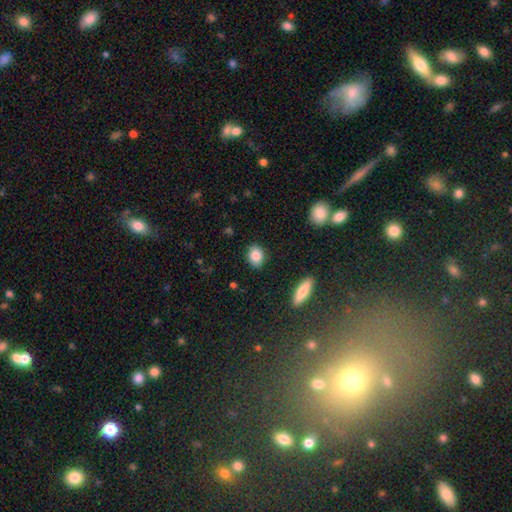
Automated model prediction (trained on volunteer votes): Smooth or featured: smooth — 84% (star or artifact — 8%)
How rounded: in between — 63% (round — 35%)
Merging: none — 89% (minor disturbance — 8%)